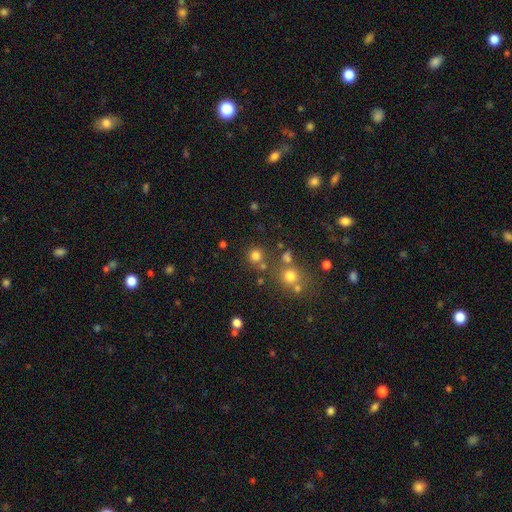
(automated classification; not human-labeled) Morphology: type=smooth (75%); roundness=round (91%); merging=none (74%).